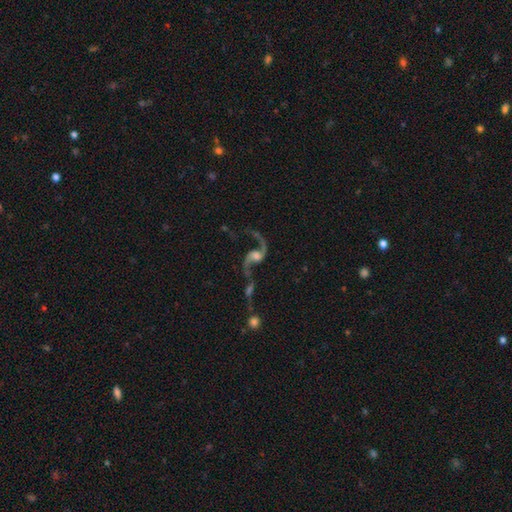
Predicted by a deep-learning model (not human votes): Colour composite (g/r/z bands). It shows a featured or disk galaxy (88%) with no bar (53%), 2 (92%) loose (88%) spiral arms (96%) and a moderate central bulge (38%). Merging: none (48%).